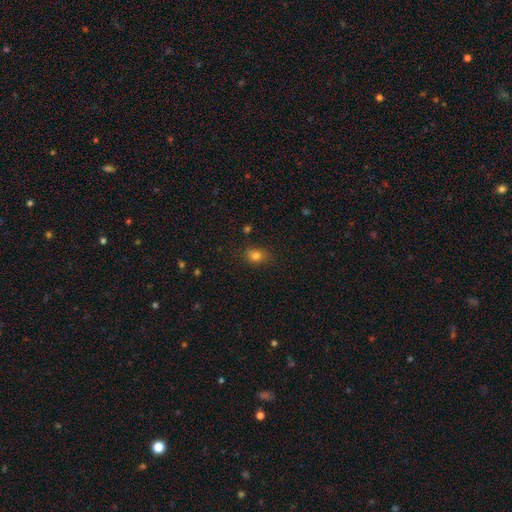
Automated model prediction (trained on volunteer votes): Smooth or featured? Predicted: smooth (p=0.81). How rounded? Predicted: in between (p=0.69). Merging? Predicted: none (p=0.77).